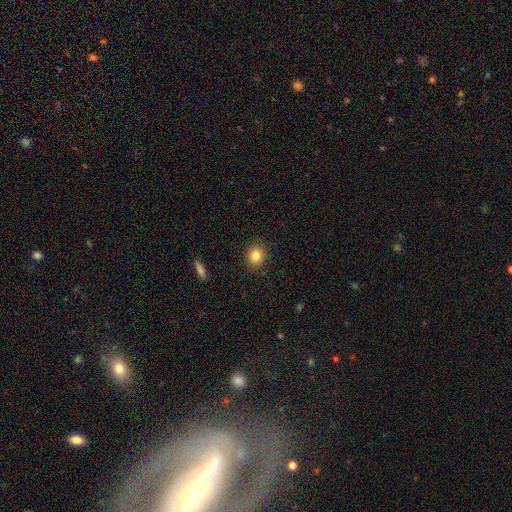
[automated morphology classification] A smooth galaxy with no disk features (83%) that is round (67%). Merging: none (88%).